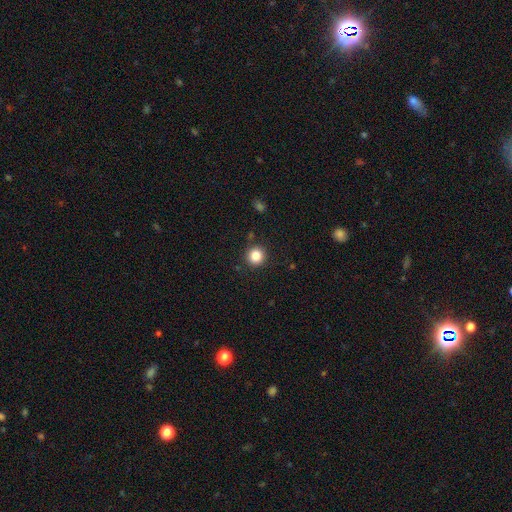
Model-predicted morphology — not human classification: smooth_or_featured: smooth (p=0.85) [alt: star or artifact p=0.11]
how_rounded: round (p=0.94) [alt: in between p=0.05]
merging: none (p=0.90) [alt: minor disturbance p=0.06]